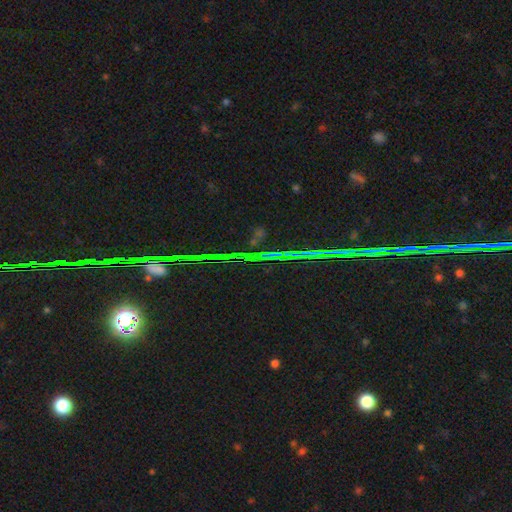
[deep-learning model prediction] Overall: star or artifact (81%).